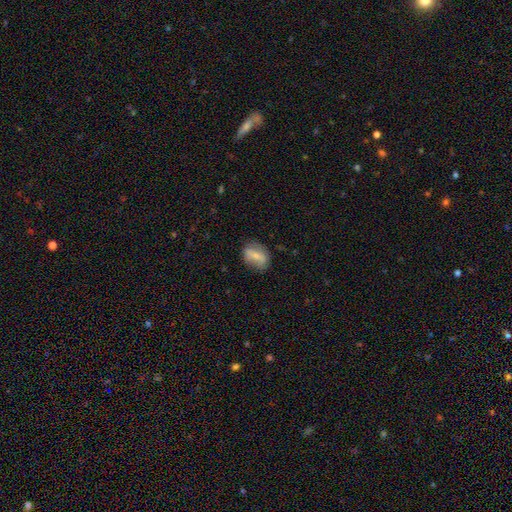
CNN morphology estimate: smooth 58%, featured or disk 34%, star or artifact 8%. Down the decision tree: how rounded — in between (75%); merging — none (75%).